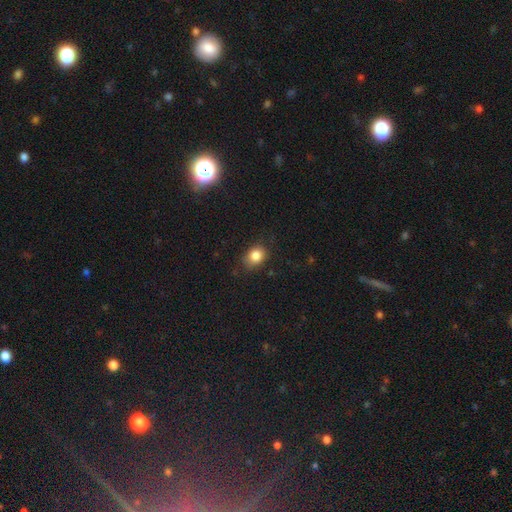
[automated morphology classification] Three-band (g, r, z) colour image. It shows a smooth galaxy with no disk features (84%) that is in between round and cigar-shaped (52%). Merging: none (76%).